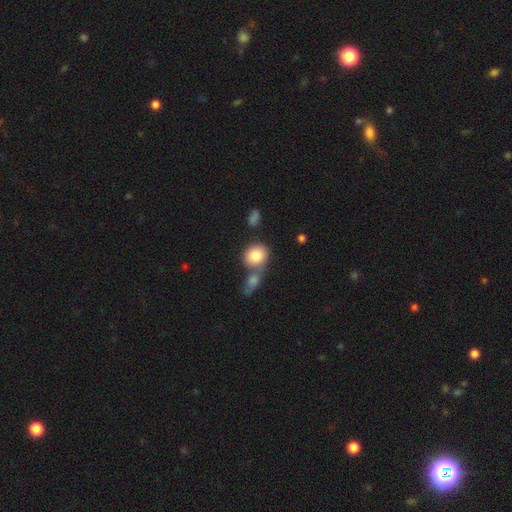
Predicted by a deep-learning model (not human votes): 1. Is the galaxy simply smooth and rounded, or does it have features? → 82% smooth, 11% featured or disk, 8% star or artifact.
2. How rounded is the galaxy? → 70% round, 28% in between, 1% cigar-shaped.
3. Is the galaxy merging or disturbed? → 43% merger, 42% none, 10% minor disturbance, 5% major disturbance.